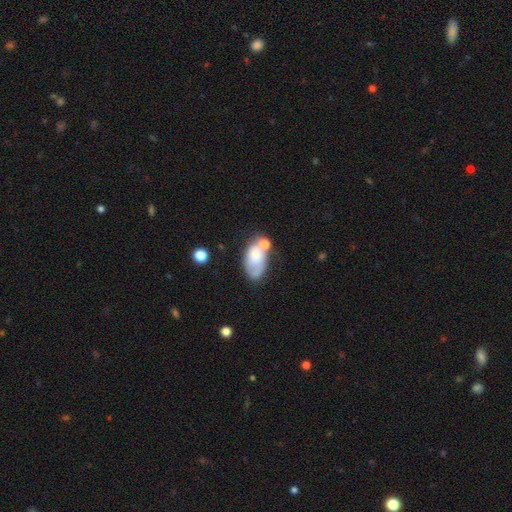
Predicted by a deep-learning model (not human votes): Smooth or featured? smooth (65%)
How rounded? in between (92%)
Merging? none (36%)